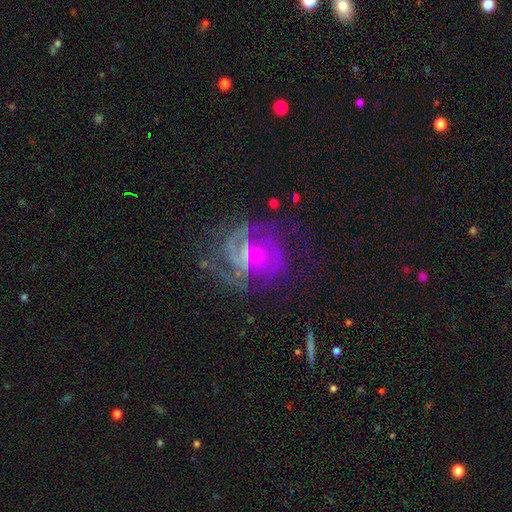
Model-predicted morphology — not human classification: A featured or disk galaxy (80%) with a weak bar (47%), tight (49%) spiral arms (88%) and a small central bulge (44%). Merging: none (56%).